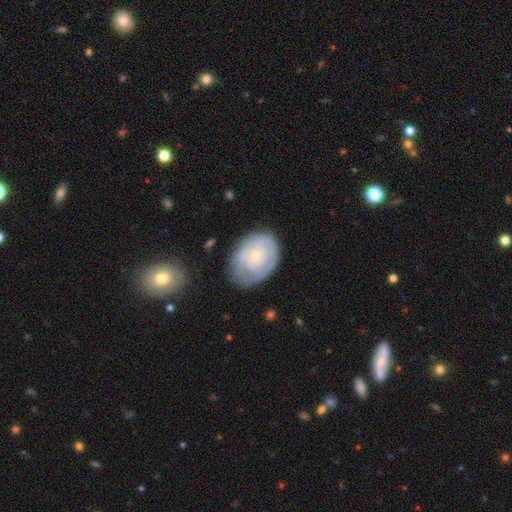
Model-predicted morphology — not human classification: type=featured or disk (47%); merging=none (66%).